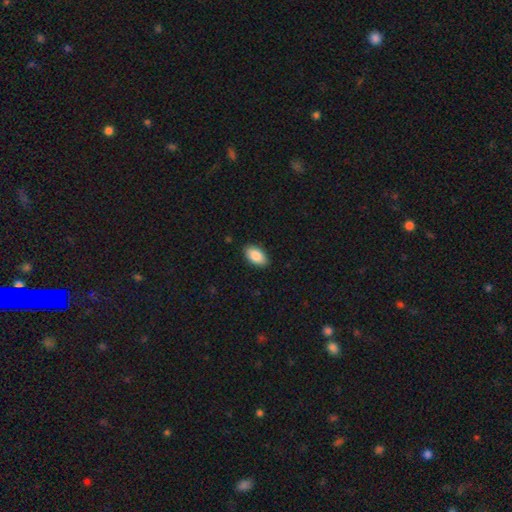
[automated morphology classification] A smooth galaxy with no disk features (87%) that is in between round and cigar-shaped (94%). Merging: none (88%).